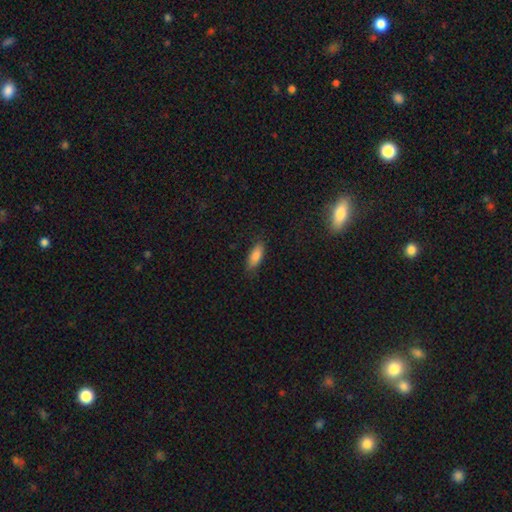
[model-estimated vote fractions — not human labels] smooth 85%, featured or disk 8%, star or artifact 7%. Down the decision tree: how rounded — in between (74%); merging — none (82%).